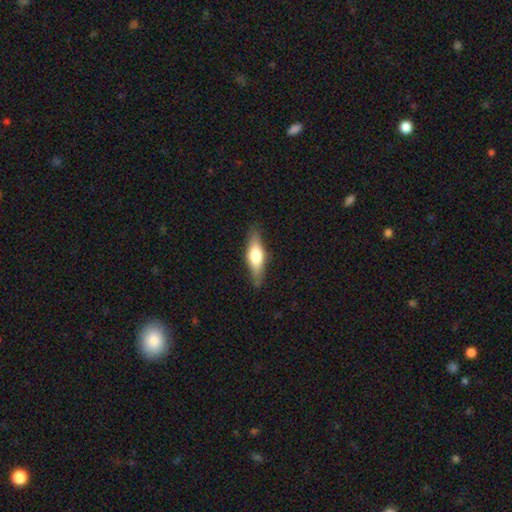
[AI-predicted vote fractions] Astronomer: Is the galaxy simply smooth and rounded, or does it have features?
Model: smooth — 54% (runner-up: featured or disk, 40%).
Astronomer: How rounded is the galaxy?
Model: cigar-shaped — 49% (runner-up: in between, 48%).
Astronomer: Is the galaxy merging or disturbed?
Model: none — 82%.